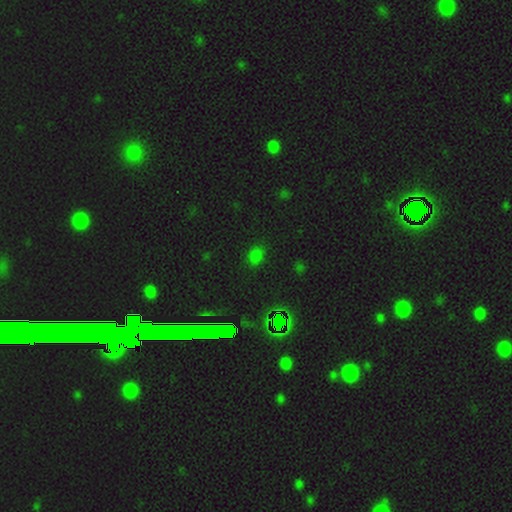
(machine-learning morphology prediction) The model was most divided on "how rounded": in between: 57%, round: 41%, cigar-shaped: 2%. More confident: merging — none (83%); smooth or featured — smooth (58%).